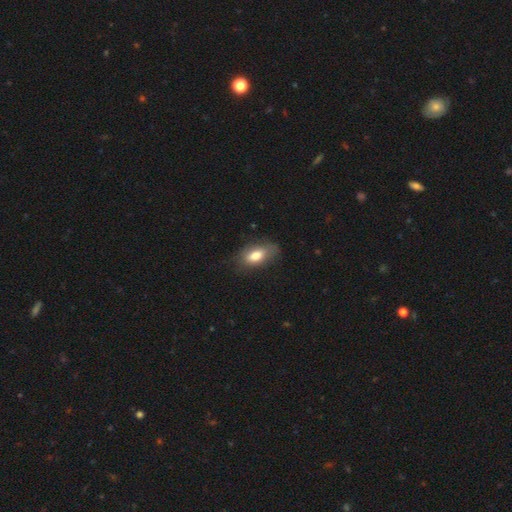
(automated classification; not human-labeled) A smooth galaxy with no disk features (76%) that is in between round and cigar-shaped (88%). Merging: none (68%).